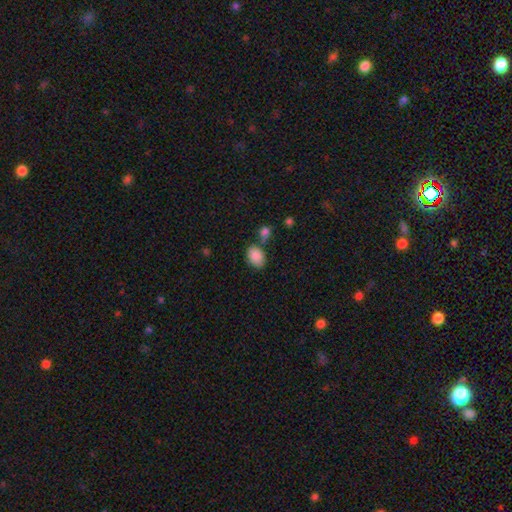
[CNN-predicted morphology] This is clearly a smooth galaxy (87%). How rounded: likely in between (77%). Merging: likely none (60%).